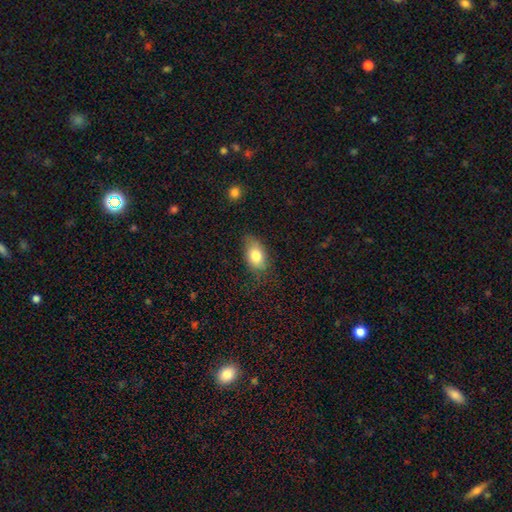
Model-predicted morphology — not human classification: smooth_or_featured: smooth (p=0.81) [alt: featured or disk p=0.11]
how_rounded: in between (p=0.88) [alt: round p=0.10]
merging: none (p=0.67) [alt: minor disturbance p=0.25]